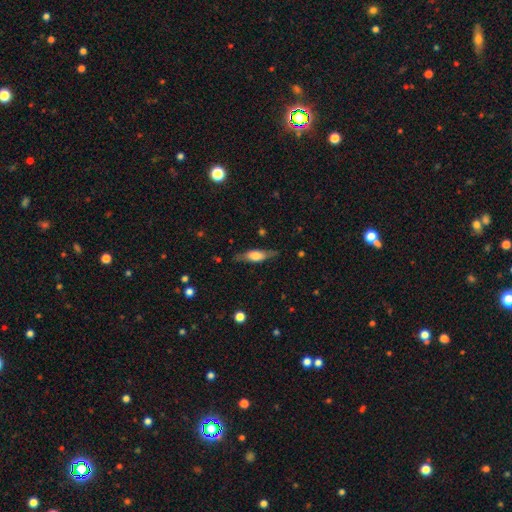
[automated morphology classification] Smooth or featured: smooth — 47% (tied with featured or disk — 47%)
Merging: none — 78% (minor disturbance — 16%)